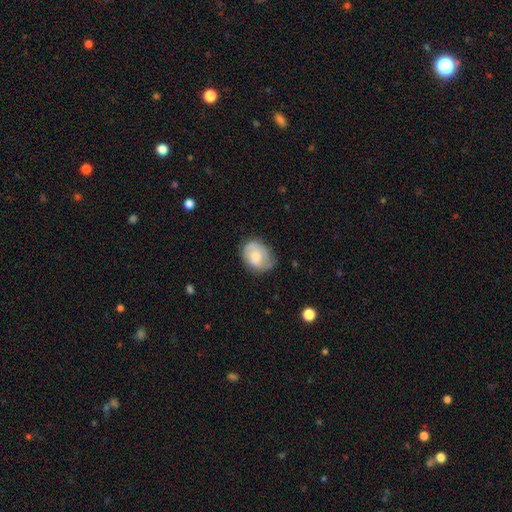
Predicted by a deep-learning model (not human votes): Smooth or featured: smooth — 48% (featured or disk — 45%)
Merging: none — 62% (minor disturbance — 27%)